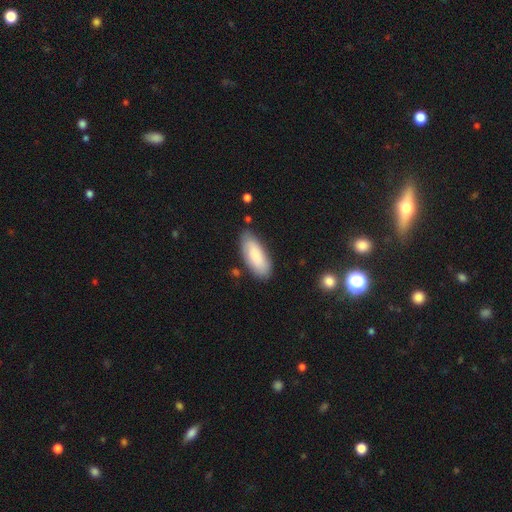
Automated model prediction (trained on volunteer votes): A smooth galaxy with no disk features (83%) that is in between round and cigar-shaped (80%). Merging: none (80%).